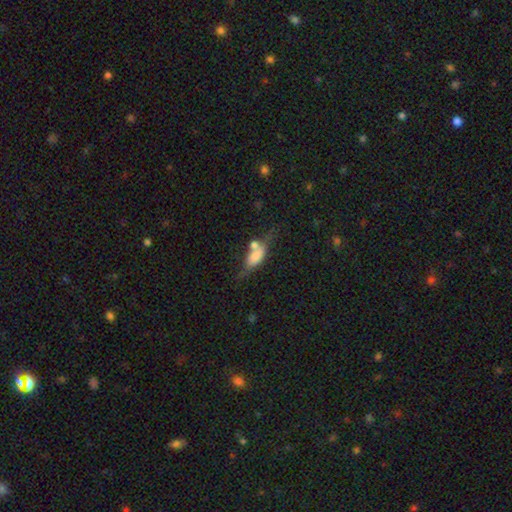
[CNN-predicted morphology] This is possibly a smooth galaxy (59%). How rounded: likely in between (71%). Merging: marginally none (39%).